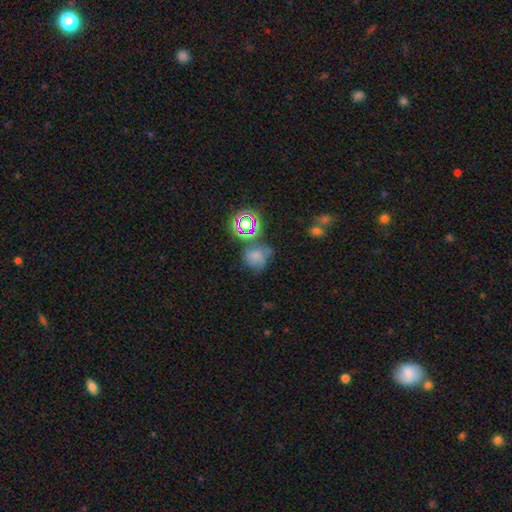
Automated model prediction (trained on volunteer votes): This appears to be a smooth galaxy with no disk features (53%) that is round (70%). Merging: none (43%).